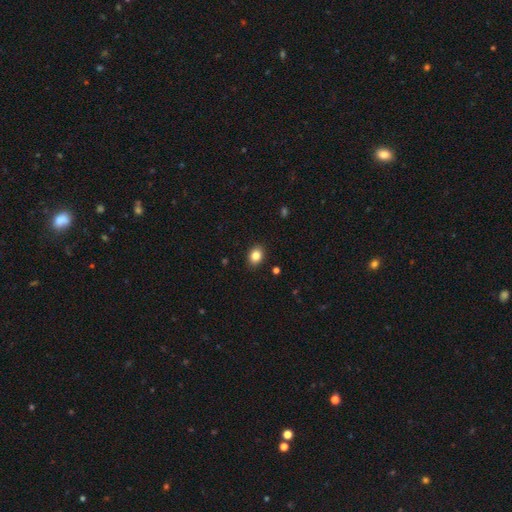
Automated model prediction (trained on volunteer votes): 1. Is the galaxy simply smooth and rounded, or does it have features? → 85% smooth, 9% star or artifact, 6% featured or disk.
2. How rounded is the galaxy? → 62% in between, 37% round, 1% cigar-shaped.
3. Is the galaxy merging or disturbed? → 89% none, 8% minor disturbance, 2% major disturbance, 1% merger.